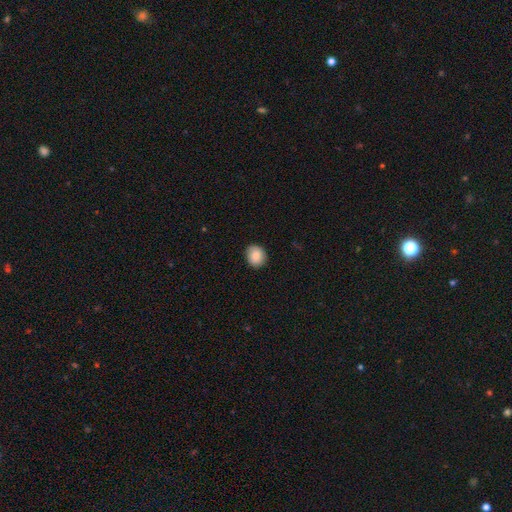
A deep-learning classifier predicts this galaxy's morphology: Overall: smooth (86%). How rounded: round (69%; in between 30%). Merging: none (88%).